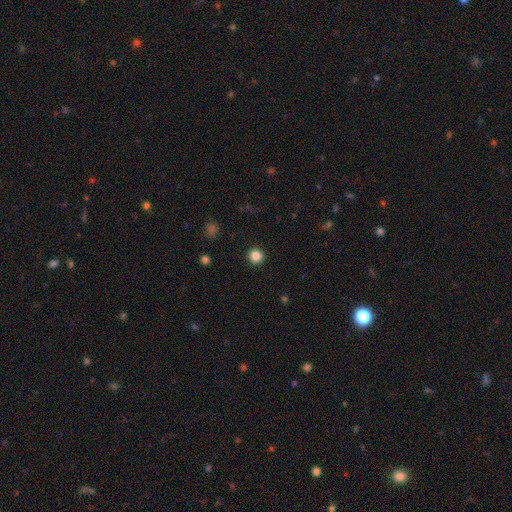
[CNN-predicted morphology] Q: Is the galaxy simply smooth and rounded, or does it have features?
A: smooth — 85%.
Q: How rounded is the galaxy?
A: round — 96%.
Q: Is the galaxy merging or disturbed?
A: none — 93%.